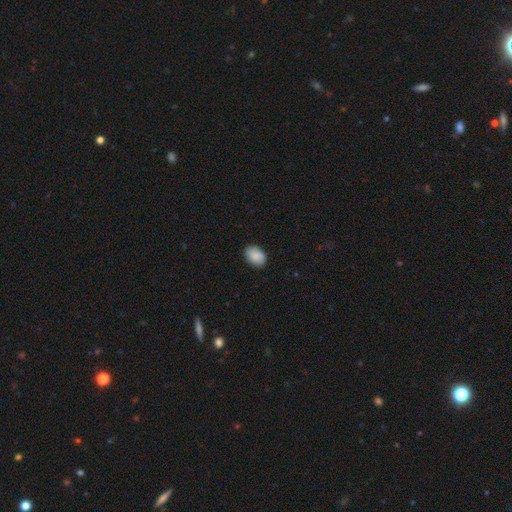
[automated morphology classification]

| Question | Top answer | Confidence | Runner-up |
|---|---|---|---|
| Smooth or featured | smooth | 83% | featured or disk (10%) |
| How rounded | in between | 73% | round (26%) |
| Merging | none | 82% | minor disturbance (14%) |